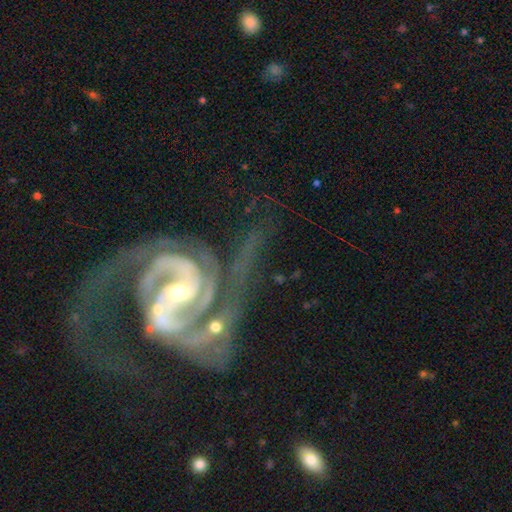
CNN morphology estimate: featured or disk 93%, star or artifact 4%, smooth 2%. Down the decision tree: edge-on disk — no (98%); bar — weak (39%); spiral arms — yes (98%); spiral arm count — 2 (79%); spiral winding — medium (49%); bulge size — small (56%); merging — none (42%).